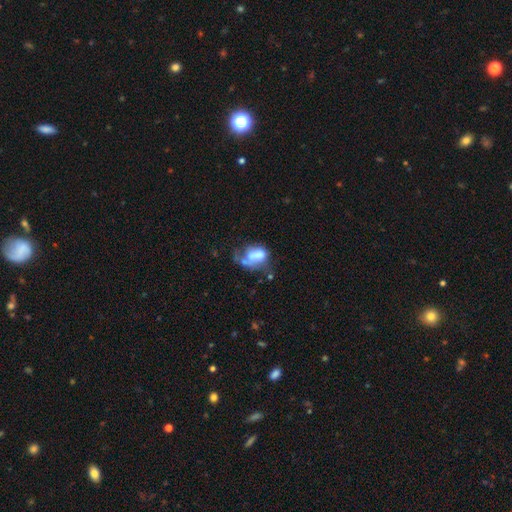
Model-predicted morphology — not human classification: type=smooth (49%); merging=major disturbance (38%).